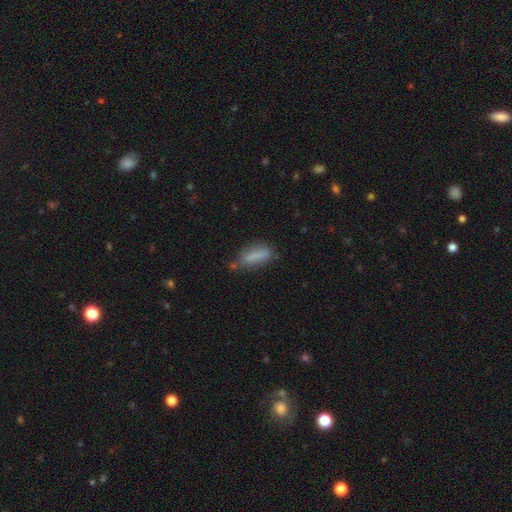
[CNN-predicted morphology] smooth_or_featured: smooth (p=0.79) [alt: featured or disk p=0.12]
how_rounded: in between (p=0.52) [alt: cigar-shaped p=0.46]
merging: none (p=0.59) [alt: minor disturbance p=0.26]